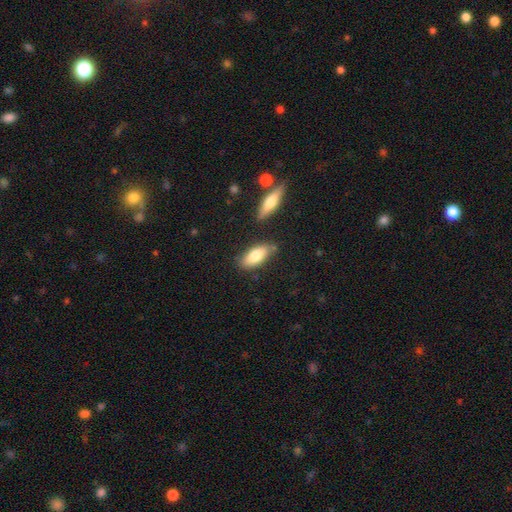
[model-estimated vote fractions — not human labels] smooth 78%, featured or disk 16%, star or artifact 6%. Down the decision tree: how rounded — in between (83%); merging — none (74%).